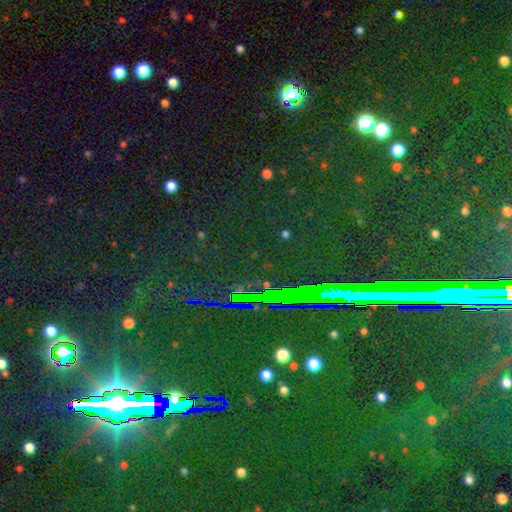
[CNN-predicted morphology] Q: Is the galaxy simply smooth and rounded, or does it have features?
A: star or artifact — 85%.